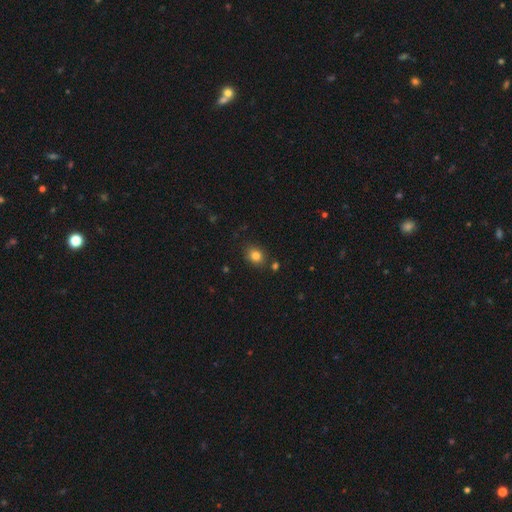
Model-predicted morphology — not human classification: The model was most divided on "how rounded": round: 52%, in between: 47%, cigar-shaped: 1%. More confident: merging — none (81%); smooth or featured — smooth (81%).